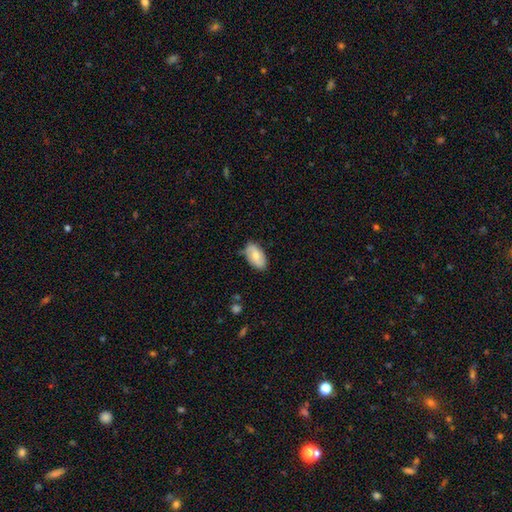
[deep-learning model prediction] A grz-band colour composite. It shows a smooth galaxy with no disk features (57%) that is in between round and cigar-shaped (93%). Merging: none (73%).